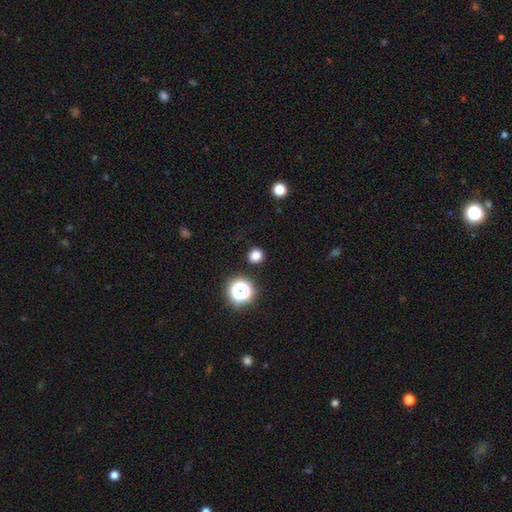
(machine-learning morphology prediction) A smooth galaxy with no disk features (79%) that is round (88%).

Vote fractions:
- Smooth or featured? smooth: 79% / star or artifact: 17% / featured or disk: 4%
- How rounded? round: 88% / in between: 11% / cigar-shaped: 1%
- Merging? none: 91% / minor disturbance: 6% / major disturbance: 2% / merger: 1%